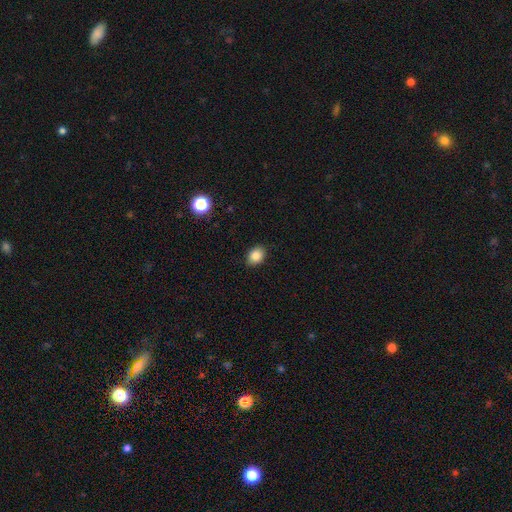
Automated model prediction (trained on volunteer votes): Smooth or featured? smooth (86%)
How rounded? in between (70%)
Merging? none (88%)